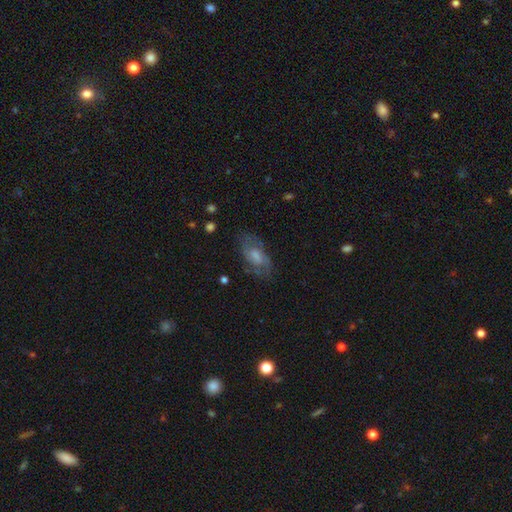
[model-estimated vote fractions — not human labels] This appears to be a featured or disk galaxy (60%) with no bar (58%), spiral arms (82%) and a moderate central bulge (45%). Merging: none (75%).